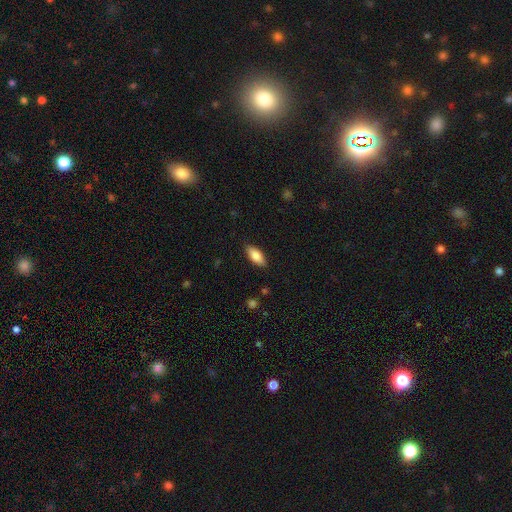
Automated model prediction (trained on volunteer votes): Smooth or featured? Predicted: smooth (p=0.82). How rounded? Predicted: in between (p=0.81). Merging? Predicted: none (p=0.87).